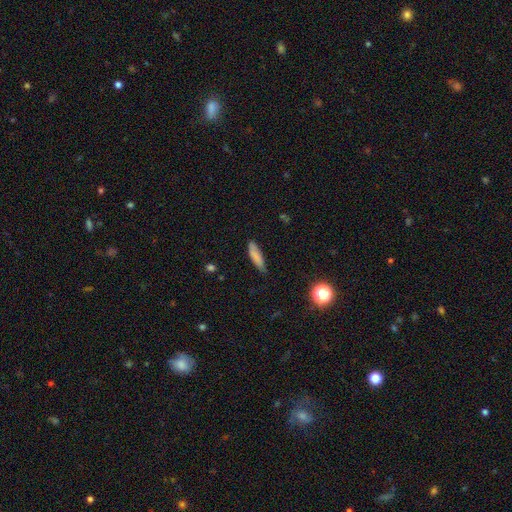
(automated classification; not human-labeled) A smooth galaxy with no disk features (80%) that is cigar-shaped (62%).

Vote fractions:
- Smooth or featured? smooth: 80% / featured or disk: 12% / star or artifact: 8%
- How rounded? cigar-shaped: 62% / in between: 36% / round: 2%
- Merging? none: 68% / minor disturbance: 25% / major disturbance: 5% / merger: 2%